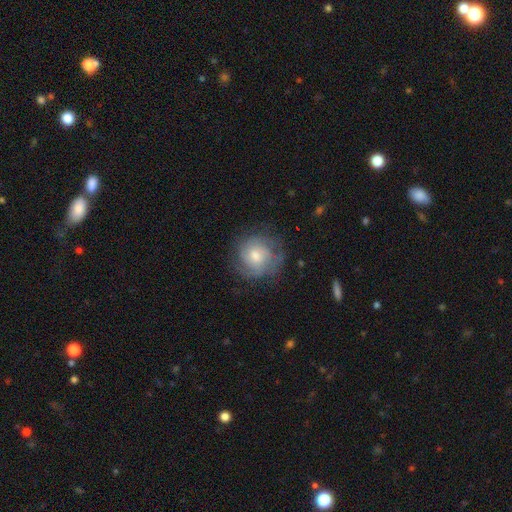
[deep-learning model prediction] smooth-or-featured: featured or disk: 65% | smooth: 28% | star or artifact: 7%
  disk-edge-on: no: 98% | yes: 2%
    bar: no: 69% | weak: 28% | strong: 4%
    has-spiral-arms: yes: 88% | no: 12%
      spiral-winding: tight: 59% | medium: 31% | loose: 10%
      spiral-arm-count: can't tell: 39% | 2: 22% | 3: 20% | 4: 8% | 1: 5% | more than 4: 5%
    bulge-size: moderate: 57% | small: 30% | large: 9% | none: 3% | dominant: 1%
  merging: none: 74% | minor disturbance: 17% | major disturbance: 8% | merger: 1%